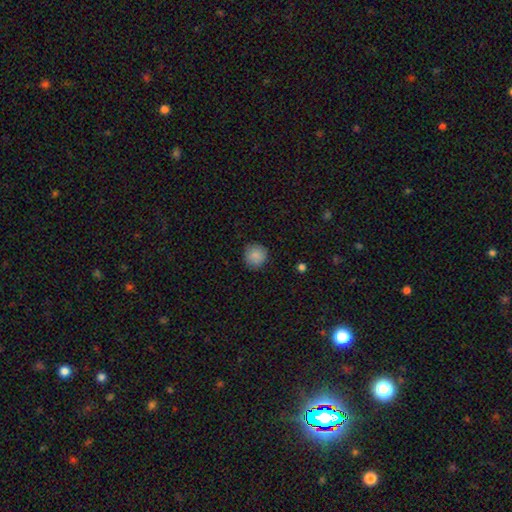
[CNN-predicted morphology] A smooth galaxy with no disk features (88%) that is round (94%).

Vote fractions:
- Smooth or featured? smooth: 88% / star or artifact: 8% / featured or disk: 4%
- How rounded? round: 94% / in between: 5% / cigar-shaped: 1%
- Merging? none: 89% / minor disturbance: 8% / major disturbance: 2% / merger: 1%